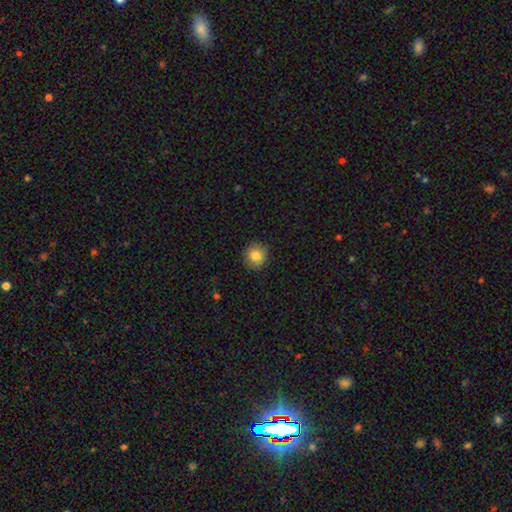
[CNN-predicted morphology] smooth 84%, star or artifact 10%, featured or disk 7%. Down the decision tree: how rounded — round (90%); merging — none (89%).